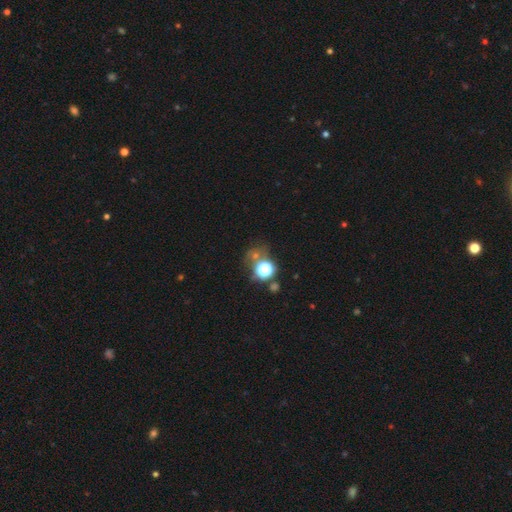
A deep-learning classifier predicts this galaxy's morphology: This is possibly a star or artifact rather than a galaxy (52%).